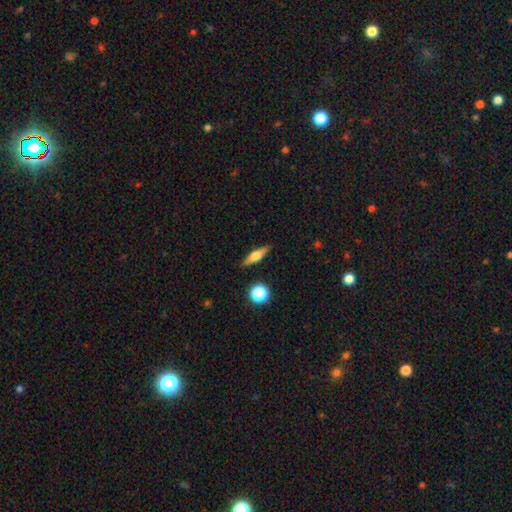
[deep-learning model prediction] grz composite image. It shows a featured or disk galaxy (50%). Merging: none (88%).